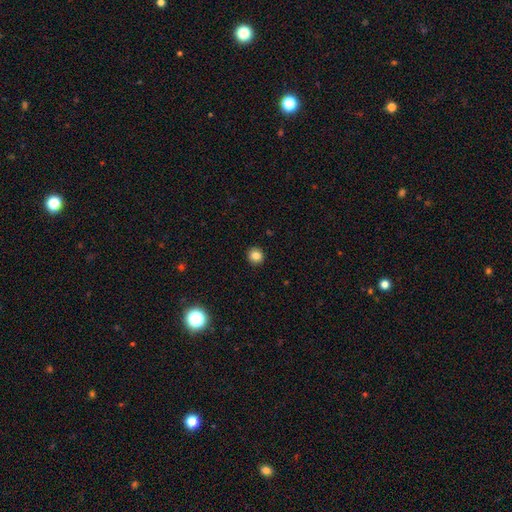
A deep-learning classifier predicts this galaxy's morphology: smooth-or-featured: smooth: 83% | star or artifact: 12% | featured or disk: 6%
  how-rounded: round: 92% | in between: 7% | cigar-shaped: 1%
  merging: none: 92% | minor disturbance: 5% | major disturbance: 2% | merger: 1%